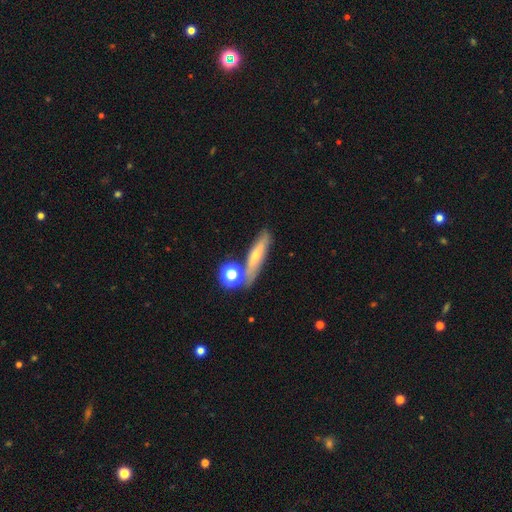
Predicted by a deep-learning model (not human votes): A smooth galaxy with no disk features (46%).

Vote fractions:
- Smooth or featured? smooth: 46% / featured or disk: 41% / star or artifact: 13%
- Merging? none: 67% / minor disturbance: 14% / merger: 14% / major disturbance: 5%